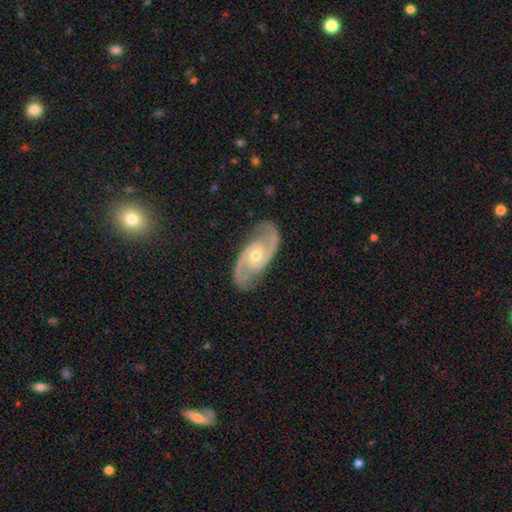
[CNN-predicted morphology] featured or disk 92%, star or artifact 4%, smooth 4%. Down the decision tree: edge-on disk — no (97%); bar — no (59%); spiral arms — yes (98%); spiral arm count — 2 (93%); spiral winding — medium (56%); bulge size — moderate (61%); merging — none (84%).